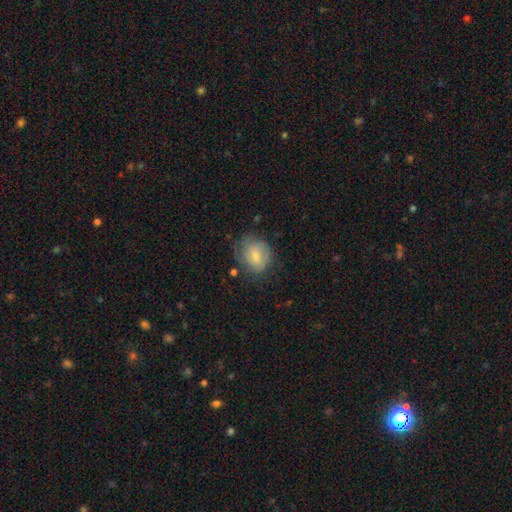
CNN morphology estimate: smooth-or-featured: smooth: 68% | featured or disk: 25% | star or artifact: 7%
  how-rounded: round: 63% | in between: 36% | cigar-shaped: 1%
  merging: none: 59% | minor disturbance: 28% | major disturbance: 12% | merger: 2%